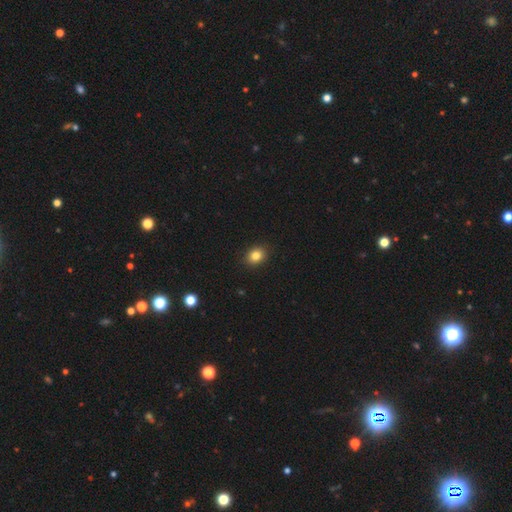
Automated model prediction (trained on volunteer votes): Morphology: type=smooth (83%); roundness=round (51%); merging=none (90%).